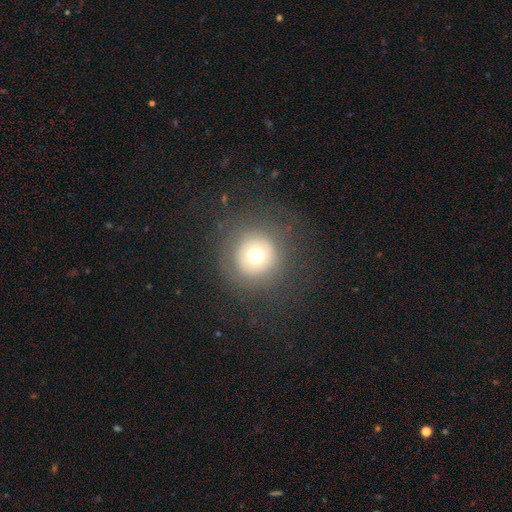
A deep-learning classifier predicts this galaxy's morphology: The model was most divided on "smooth or featured": smooth: 63%, featured or disk: 22%, star or artifact: 15%. More confident: how rounded — round (95%); merging — none (82%).